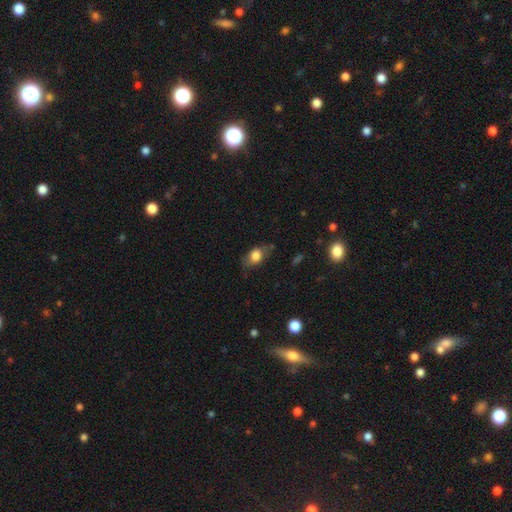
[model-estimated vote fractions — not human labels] This is likely a smooth galaxy (71%). How rounded: likely in between (77%). Merging: likely none (66%).